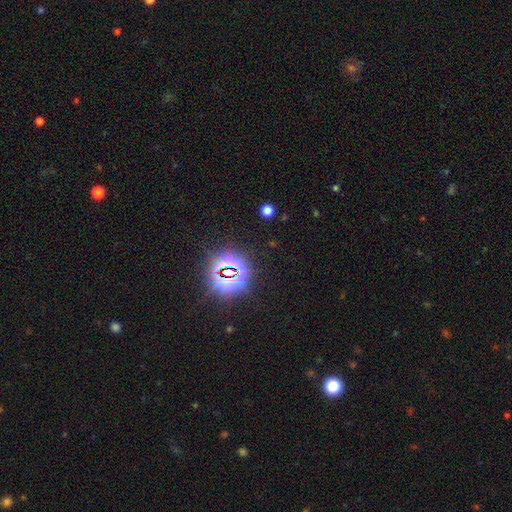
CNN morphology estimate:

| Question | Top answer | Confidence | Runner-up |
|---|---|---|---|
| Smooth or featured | star or artifact | 82% | smooth (11%) |